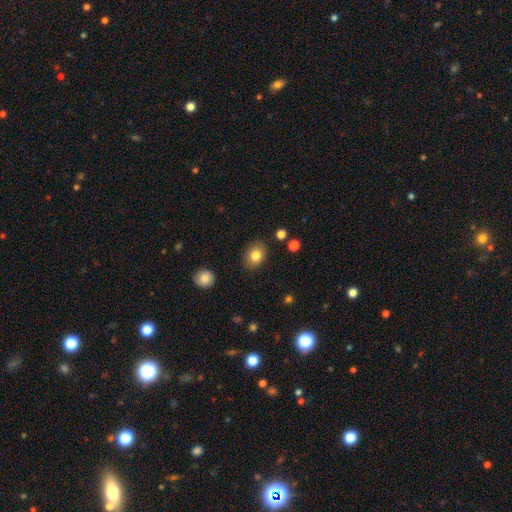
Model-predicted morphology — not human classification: Smooth or featured: smooth — 82% (star or artifact — 9%)
How rounded: in between — 59% (round — 40%)
Merging: none — 86% (minor disturbance — 10%)